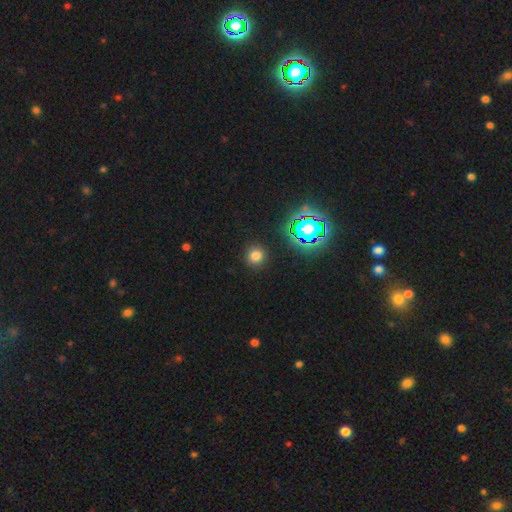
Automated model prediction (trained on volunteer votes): This appears to be a smooth galaxy with no disk features (73%) that is round (94%). Merging: none (90%).